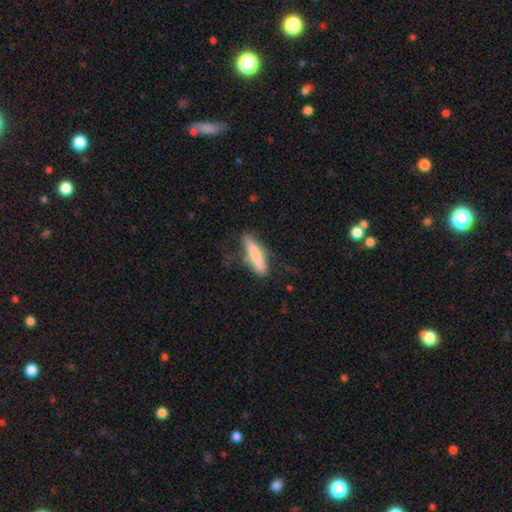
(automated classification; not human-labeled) Smooth or featured: smooth — 73% (featured or disk — 20%)
How rounded: cigar-shaped — 76% (in between — 22%)
Merging: none — 60% (minor disturbance — 25%)